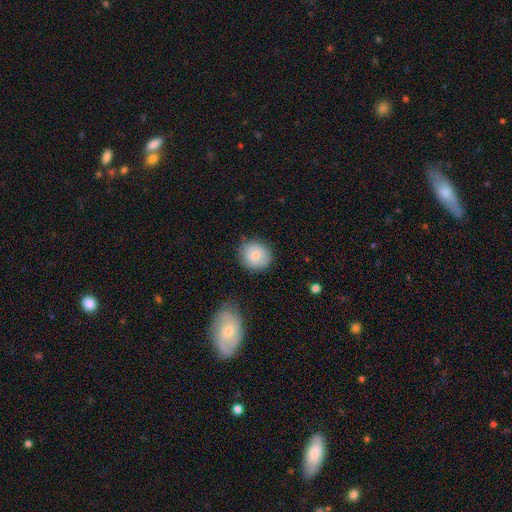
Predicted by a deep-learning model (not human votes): Smooth or featured?
  - smooth: 81% *
  - featured or disk: 11%
  - star or artifact: 8%
How rounded?
  - round: 81% *
  - in between: 19%
  - cigar-shaped: 1%
Merging?
  - none: 80% *
  - minor disturbance: 14%
  - major disturbance: 3%
  - merger: 3%